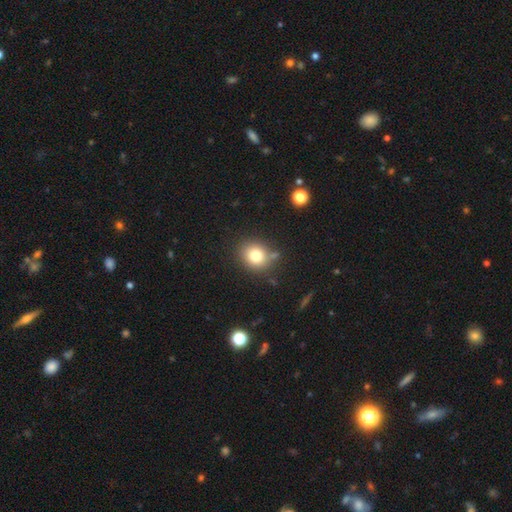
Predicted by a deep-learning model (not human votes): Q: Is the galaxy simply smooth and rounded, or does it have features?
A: smooth — 77%.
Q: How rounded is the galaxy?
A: round — 74%.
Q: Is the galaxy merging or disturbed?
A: none — 78%.